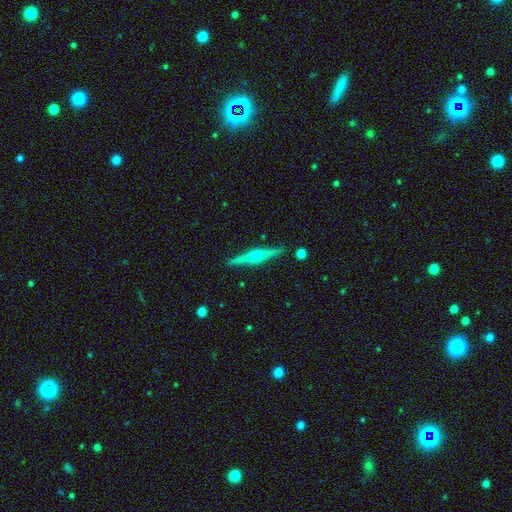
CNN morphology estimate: smooth-or-featured: featured or disk: 80% | smooth: 15% | star or artifact: 6%
  disk-edge-on: yes: 98% | no: 2%
    edge-on-bulge: rounded: 92% | boxy: 5% | none: 3%
  merging: none: 91% | minor disturbance: 7% | merger: 1% | major disturbance: 1%